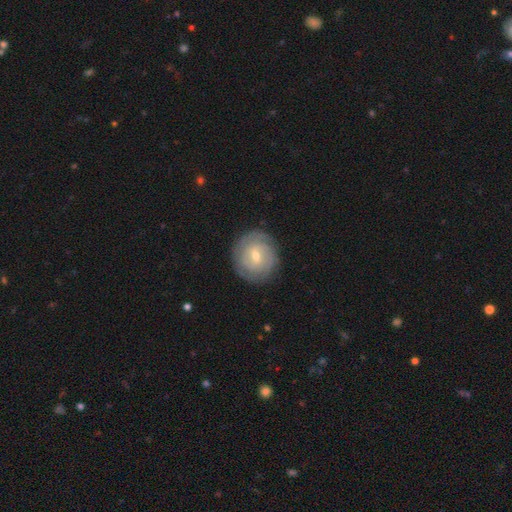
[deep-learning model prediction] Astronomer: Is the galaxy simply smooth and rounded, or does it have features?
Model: featured or disk — 70%.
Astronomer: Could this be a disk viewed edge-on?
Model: no — 97%.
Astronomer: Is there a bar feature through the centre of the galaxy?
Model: weak — 45%, tied with no at 45%.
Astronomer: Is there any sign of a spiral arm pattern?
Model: yes — 87%.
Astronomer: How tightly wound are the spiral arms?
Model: tight — 78%.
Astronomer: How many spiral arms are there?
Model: can't tell — 40% (runner-up: 2, 32%).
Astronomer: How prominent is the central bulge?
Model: small — 54% (runner-up: moderate, 43%).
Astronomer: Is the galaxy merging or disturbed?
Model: none — 85%.